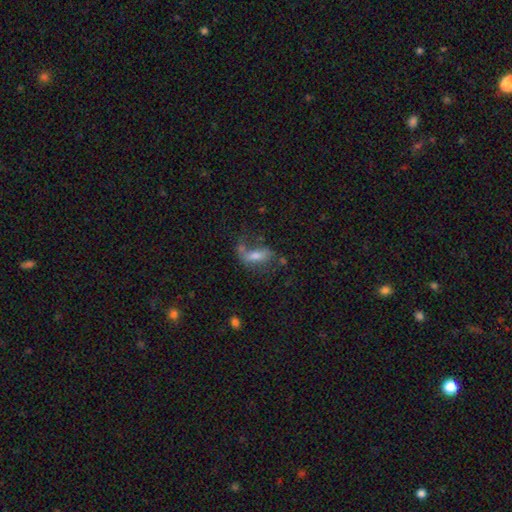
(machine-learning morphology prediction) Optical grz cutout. It shows a smooth galaxy with no disk features (50%) that is in between round and cigar-shaped (73%). Merging: none (37%).